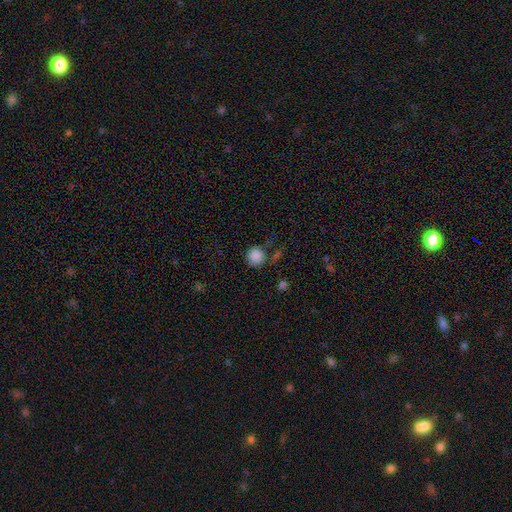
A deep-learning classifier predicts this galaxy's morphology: This is clearly a smooth galaxy (86%). How rounded: clearly round (91%). Merging: likely none (67%).